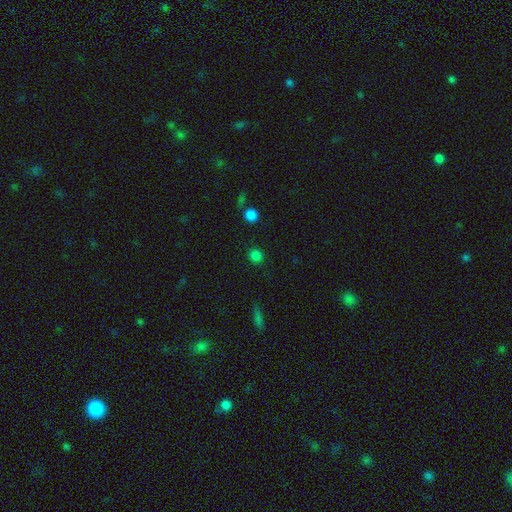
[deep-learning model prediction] Smooth or featured?
  - smooth: 81% *
  - star or artifact: 16%
  - featured or disk: 3%
How rounded?
  - round: 90% *
  - in between: 9%
  - cigar-shaped: 1%
Merging?
  - none: 89% *
  - minor disturbance: 6%
  - major disturbance: 2%
  - merger: 2%